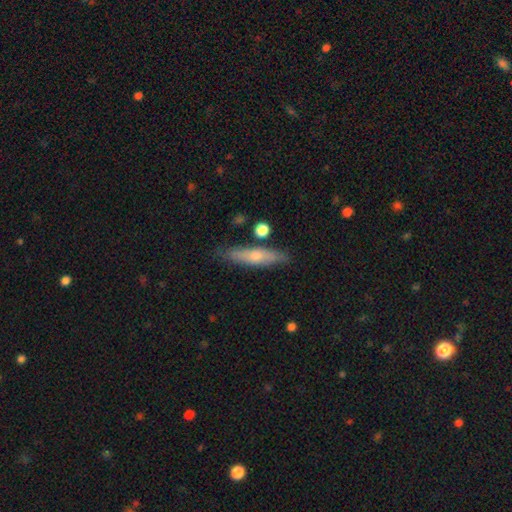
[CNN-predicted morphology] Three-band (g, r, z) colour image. It shows a smooth galaxy with no disk features (54%) that is cigar-shaped (80%). Merging: none (81%).